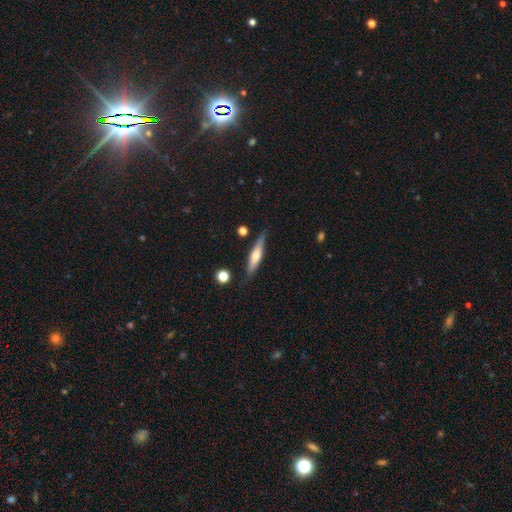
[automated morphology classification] smooth_or_featured: smooth (p=0.50) [alt: featured or disk p=0.44]
merging: none (p=0.81) [alt: minor disturbance p=0.14]